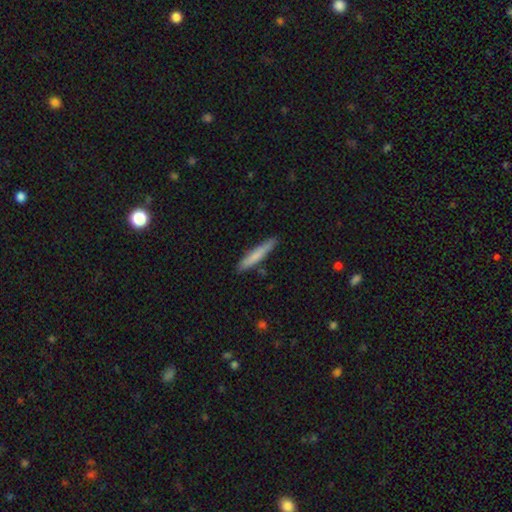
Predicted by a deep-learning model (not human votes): This appears to be a smooth galaxy with no disk features (76%) that is cigar-shaped (93%). Merging: none (85%).